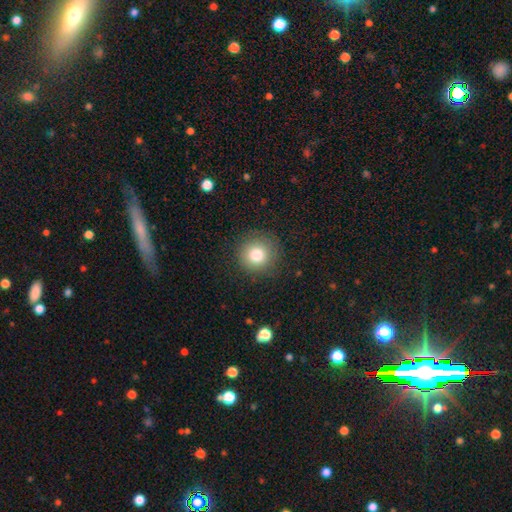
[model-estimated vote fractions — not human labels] The model was most divided on "smooth or featured": smooth: 79%, star or artifact: 13%, featured or disk: 8%. More confident: how rounded — round (94%); merging — none (90%).